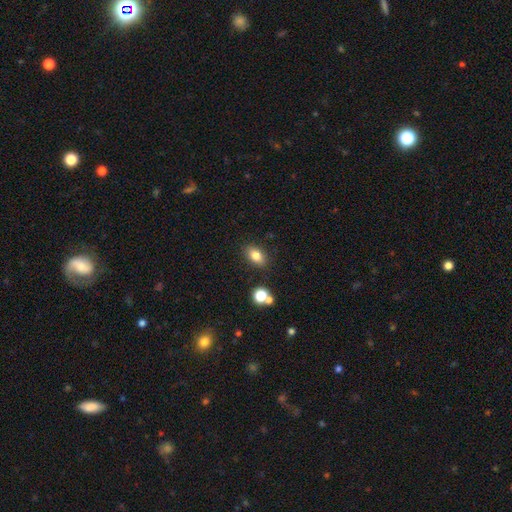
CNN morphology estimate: A smooth galaxy with no disk features (80%) that is in between round and cigar-shaped (83%). Merging: none (83%).